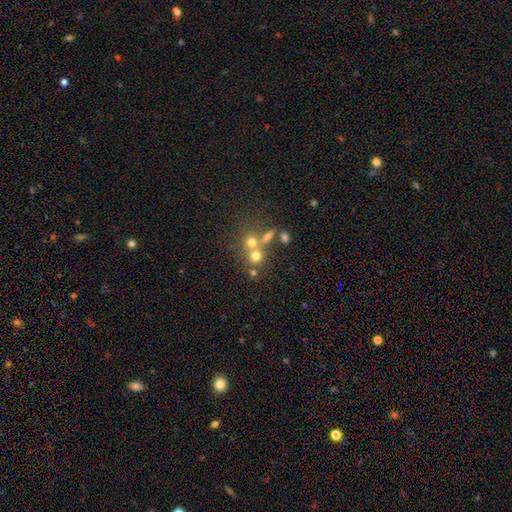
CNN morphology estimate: Q: Smooth or featured?
A: smooth (64%); runner-up: star or artifact (18%)
Q: How rounded?
A: round (83%); runner-up: in between (15%)
Q: Merging?
A: merger (46%); runner-up: none (43%)